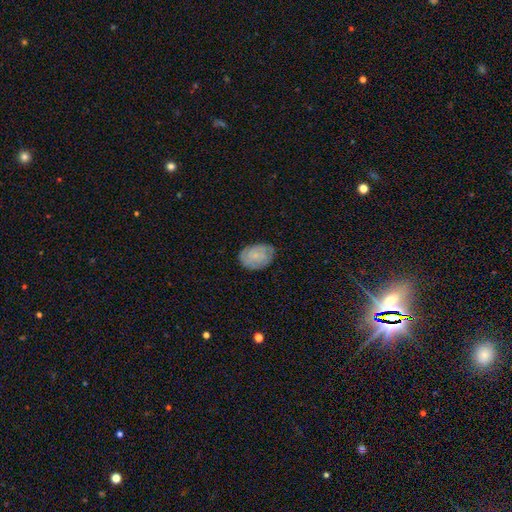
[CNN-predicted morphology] smooth_or_featured: smooth (p=0.53) [alt: featured or disk p=0.39]
how_rounded: in between (p=0.79) [alt: round p=0.20]
merging: none (p=0.76) [alt: minor disturbance p=0.19]